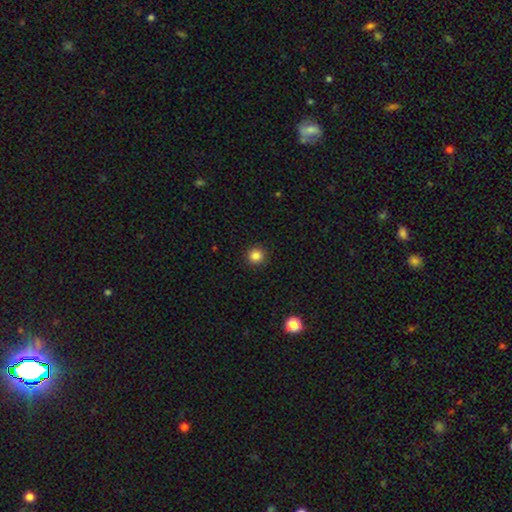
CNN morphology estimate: A smooth galaxy with no disk features (85%) that is round (94%). Merging: none (92%).